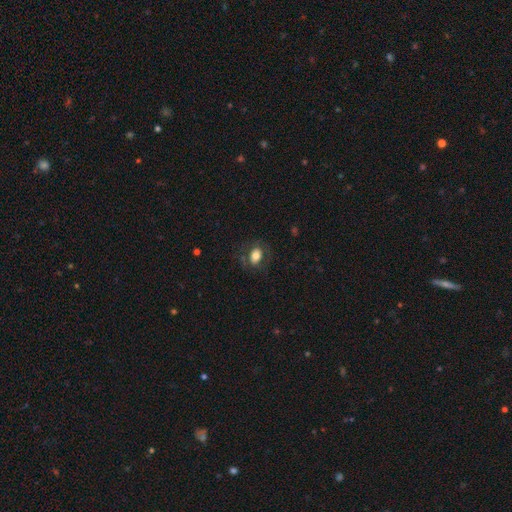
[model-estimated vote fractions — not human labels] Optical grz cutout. It shows a smooth galaxy with no disk features (68%) that is in between round and cigar-shaped (73%). Merging: none (72%).